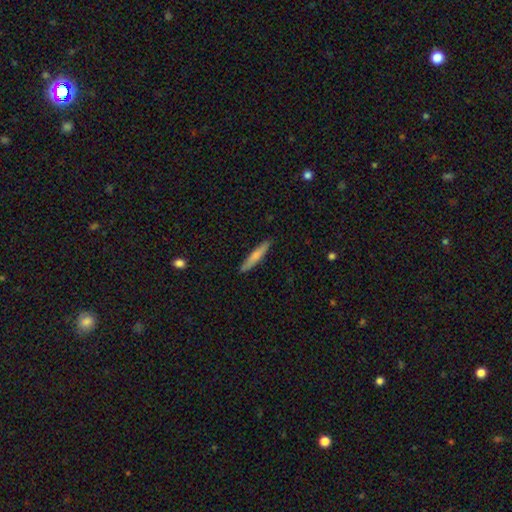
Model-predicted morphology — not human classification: Smooth or featured? smooth (69%)
How rounded? cigar-shaped (92%)
Merging? none (88%)